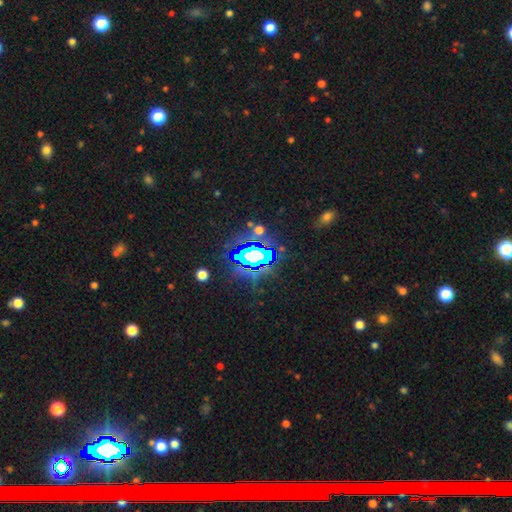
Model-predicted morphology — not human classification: A star or artifact, not a galaxy (69%).